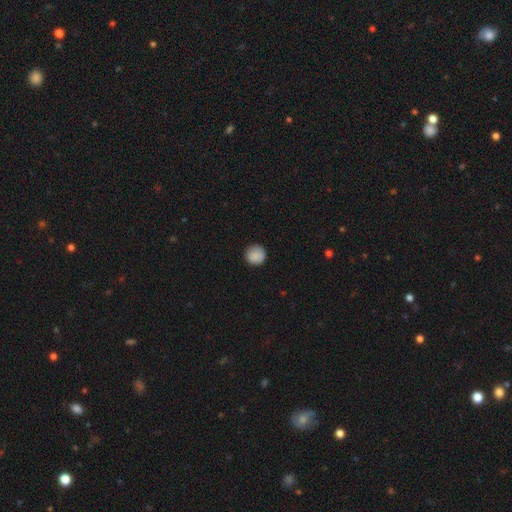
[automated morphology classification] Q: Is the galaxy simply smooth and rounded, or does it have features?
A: smooth — 88%.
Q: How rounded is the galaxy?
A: round — 94%.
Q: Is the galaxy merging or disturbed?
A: none — 88%.